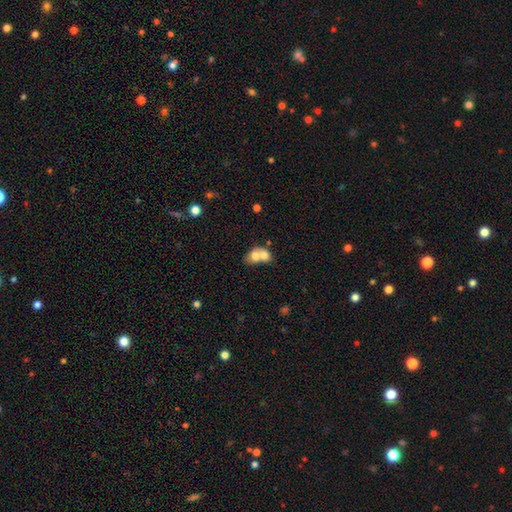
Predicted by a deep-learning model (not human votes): smooth-or-featured: smooth: 68% | featured or disk: 24% | star or artifact: 8%
  how-rounded: in between: 58% | round: 41% | cigar-shaped: 1%
  merging: merger: 76% | none: 15% | minor disturbance: 6% | major disturbance: 4%